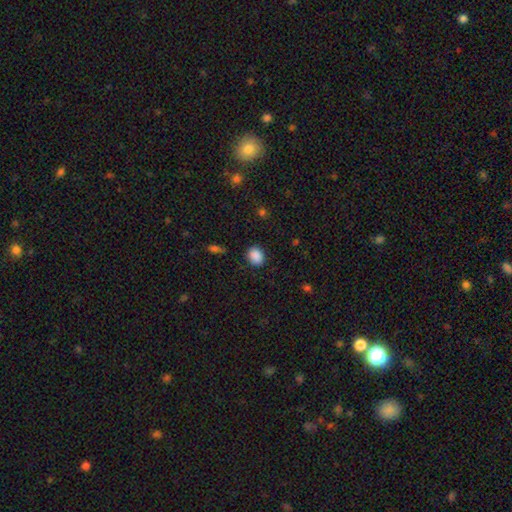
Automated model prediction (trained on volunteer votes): Q: Smooth or featured?
A: smooth (88%); runner-up: star or artifact (9%)
Q: How rounded?
A: round (53%); runner-up: in between (46%)
Q: Merging?
A: none (87%); runner-up: minor disturbance (10%)